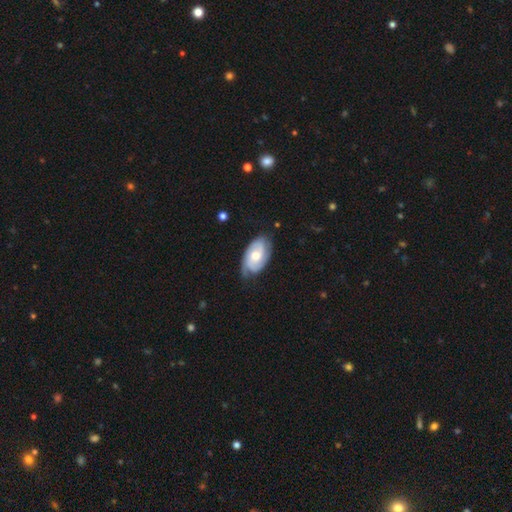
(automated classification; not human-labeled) Overall: featured or disk (68%). Edge-on disk: no (95%). Bar: no (66%; weak 29%). Spiral arms: yes (91%). Spiral arm count: 2 (52%; can't tell 21%). Spiral winding: tight (49%; medium 38%). Bulge size: moderate (70%). Merging: none (68%).